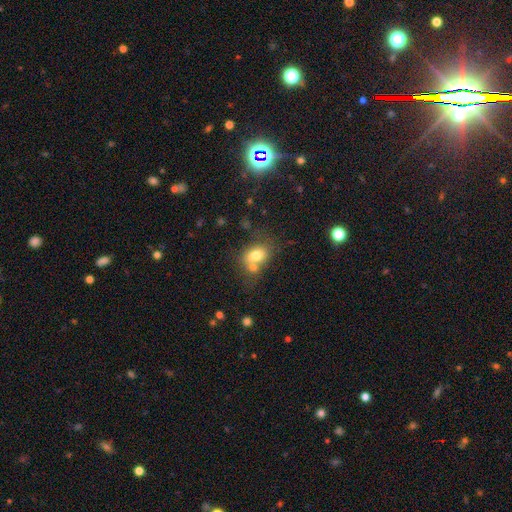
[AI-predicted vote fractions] Q: Smooth or featured?
A: smooth (74%); runner-up: featured or disk (16%)
Q: How rounded?
A: in between (65%); runner-up: round (33%)
Q: Merging?
A: merger (41%); runner-up: none (39%)